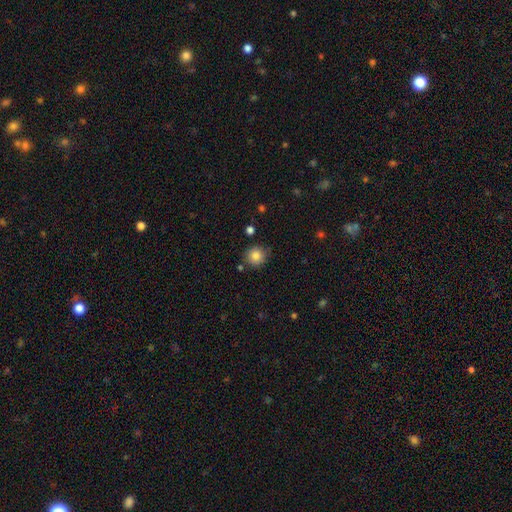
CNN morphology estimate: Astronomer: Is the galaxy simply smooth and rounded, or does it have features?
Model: smooth — 84%.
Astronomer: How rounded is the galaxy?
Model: round — 92%.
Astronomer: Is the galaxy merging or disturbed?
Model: none — 84%.